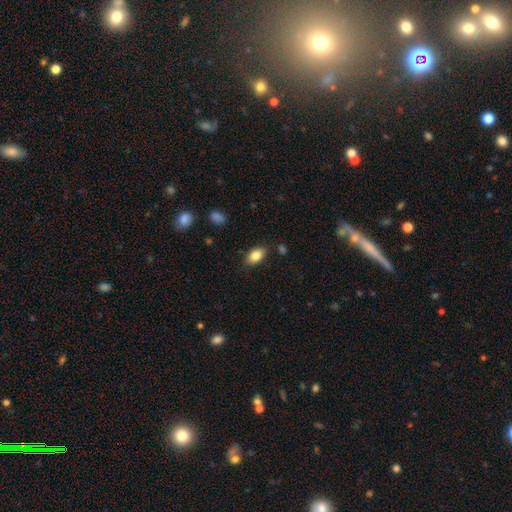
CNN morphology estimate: smooth 85%, star or artifact 8%, featured or disk 8%. Down the decision tree: how rounded — in between (90%); merging — none (84%).